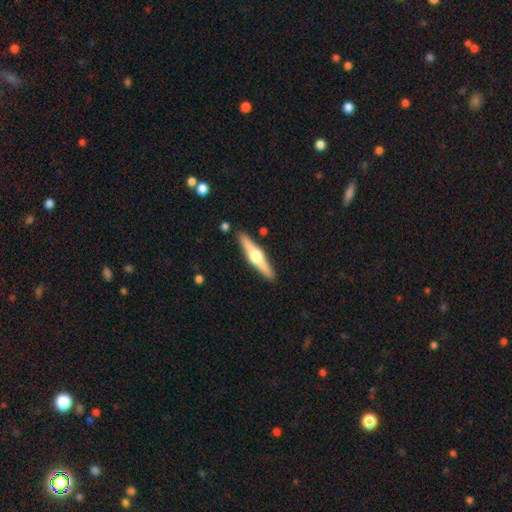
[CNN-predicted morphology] type=featured or disk (71%); edge-on=yes (98%); edge-on bulge=rounded (95%); merging=none (89%).